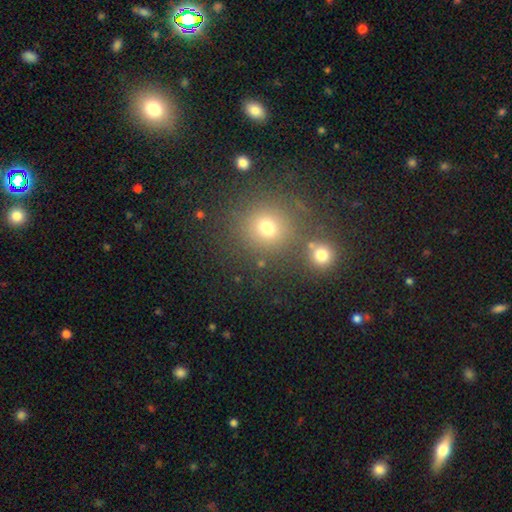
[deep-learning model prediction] Q: Smooth or featured?
A: smooth (57%); runner-up: star or artifact (33%)
Q: How rounded?
A: round (89%); runner-up: in between (10%)
Q: Merging?
A: none (75%); runner-up: merger (14%)